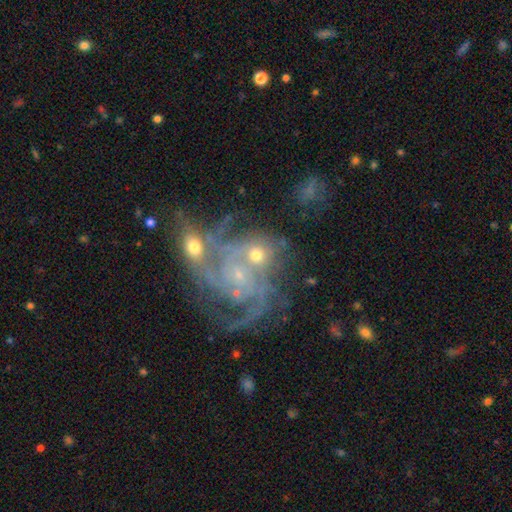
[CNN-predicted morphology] featured or disk 78%, smooth 11%, star or artifact 10%. Down the decision tree: edge-on disk — no (97%); bar — no (76%); spiral arms — yes (92%); spiral arm count — 3 (29%); spiral winding — tight (50%); bulge size — small (70%); merging — merger (51%).